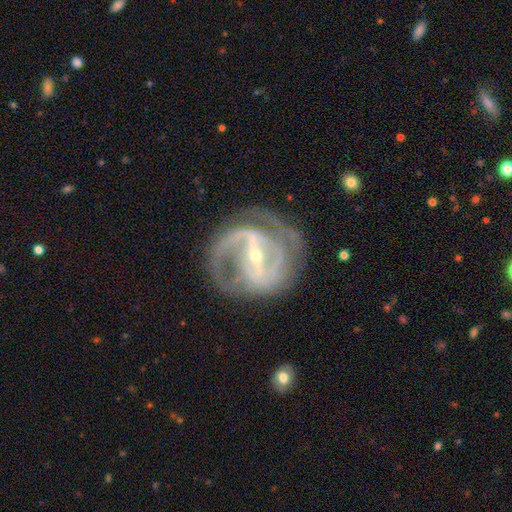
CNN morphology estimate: featured or disk 89%, smooth 6%, star or artifact 5%. Down the decision tree: edge-on disk — no (96%); bar — strong (66%); spiral arms — yes (92%); spiral arm count — 2 (65%); spiral winding — medium (48%); bulge size — small (70%); merging — none (63%).